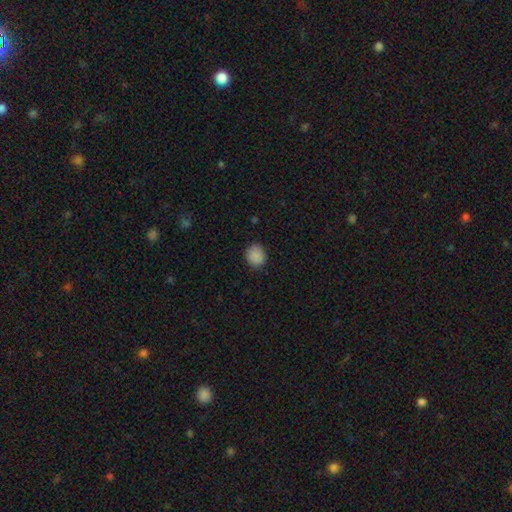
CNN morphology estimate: smooth 88%, star or artifact 9%, featured or disk 3%. Down the decision tree: how rounded — round (80%); merging — none (88%).